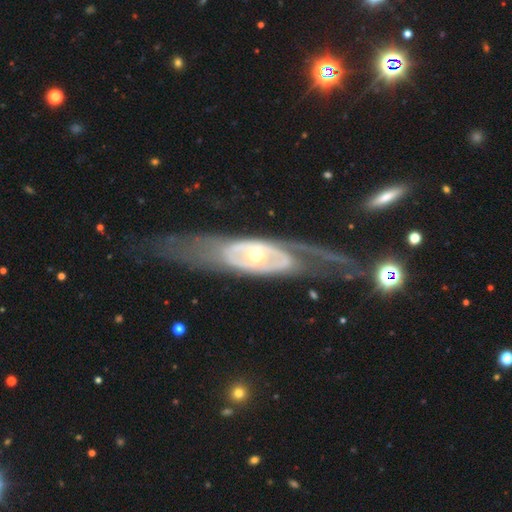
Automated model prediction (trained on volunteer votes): Smooth or featured: featured or disk — 81% (smooth — 14%)
Edge-on disk: no — 79% (yes — 21%)
Bar: no — 74% (weak — 15%)
Spiral arms: no — 54% (yes — 46%)
Bulge size: moderate — 48% (small — 45%)
Merging: none — 59% (major disturbance — 22%)